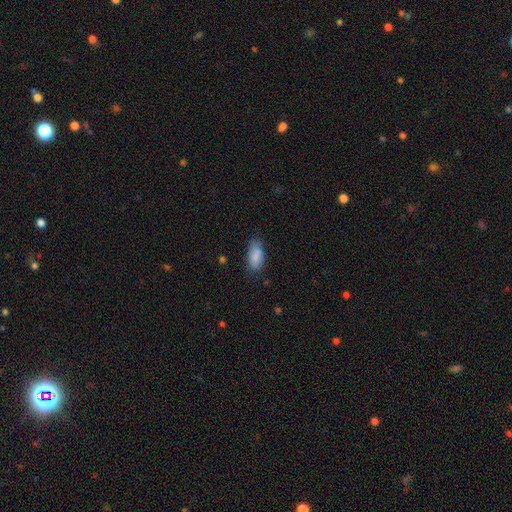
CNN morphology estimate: A smooth galaxy with no disk features (86%) that is in between round and cigar-shaped (89%). Merging: none (70%).